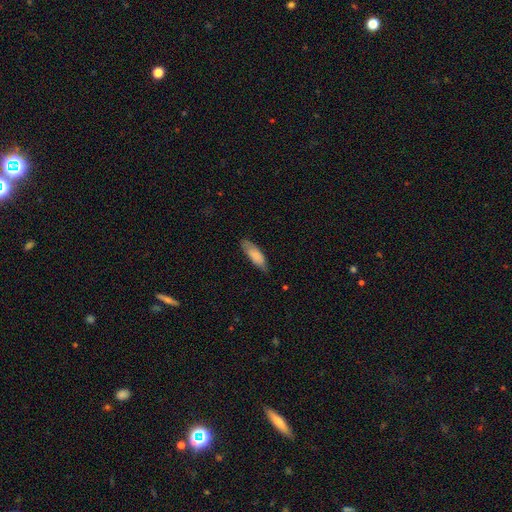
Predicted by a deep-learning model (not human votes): The model was most divided on "how rounded": in between: 58%, cigar-shaped: 40%, round: 2%. More confident: smooth or featured — smooth (80%); merging — none (73%).